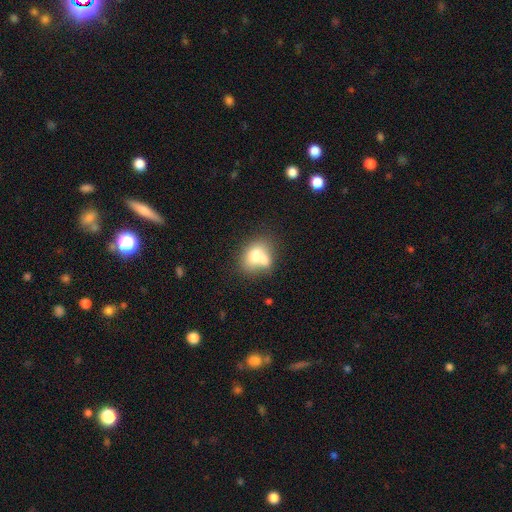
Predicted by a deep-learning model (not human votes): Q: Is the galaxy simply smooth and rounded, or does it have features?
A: smooth — 69%.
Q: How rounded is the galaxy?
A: round — 50%.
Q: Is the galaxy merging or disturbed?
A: merger — 51%.